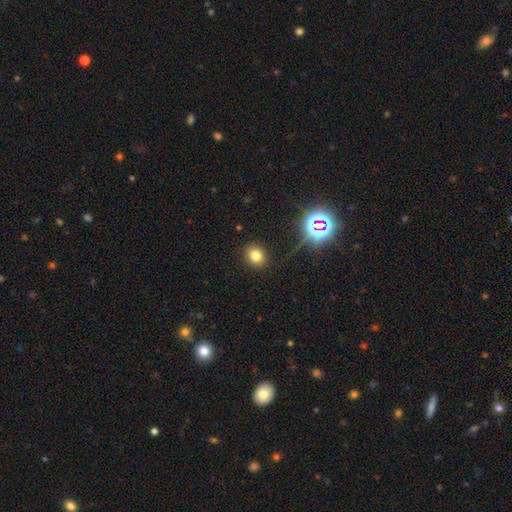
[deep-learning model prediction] Smooth or featured? Predicted: smooth (p=0.76). How rounded? Predicted: round (p=0.68). Merging? Predicted: none (p=0.89).